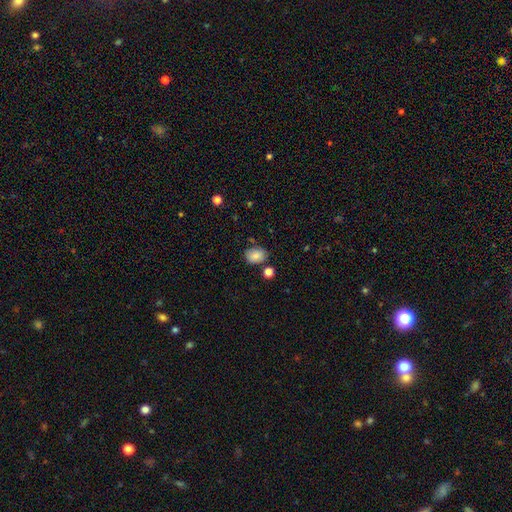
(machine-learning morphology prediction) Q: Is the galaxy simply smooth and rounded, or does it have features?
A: smooth — 83%.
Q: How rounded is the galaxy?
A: in between — 70%.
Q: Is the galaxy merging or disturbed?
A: none — 73%.